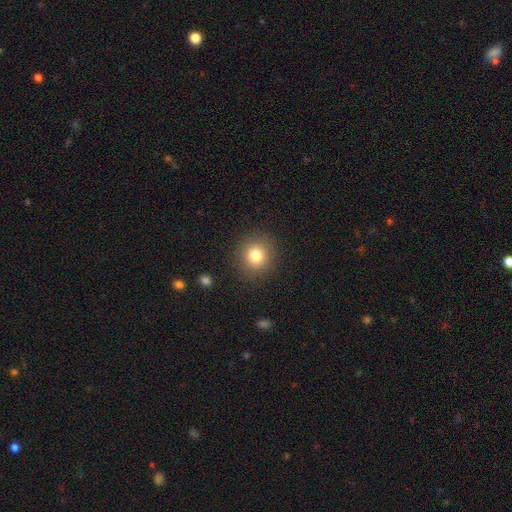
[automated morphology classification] A smooth galaxy with no disk features (80%) that is round (89%). Merging: none (89%).